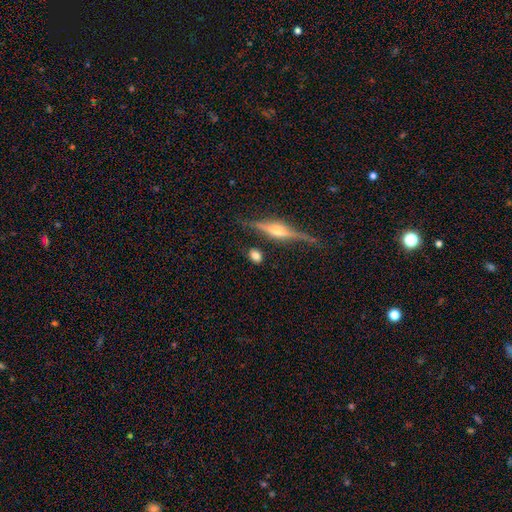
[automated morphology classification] type=smooth (63%); roundness=in between (61%); merging=none (78%).